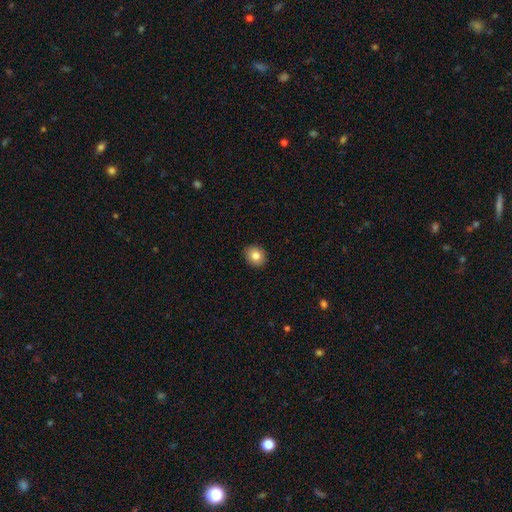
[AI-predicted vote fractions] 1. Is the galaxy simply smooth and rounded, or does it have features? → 81% smooth, 10% featured or disk, 9% star or artifact.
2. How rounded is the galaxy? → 66% round, 33% in between, 1% cigar-shaped.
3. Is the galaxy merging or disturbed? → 91% none, 6% minor disturbance, 2% major disturbance, 1% merger.